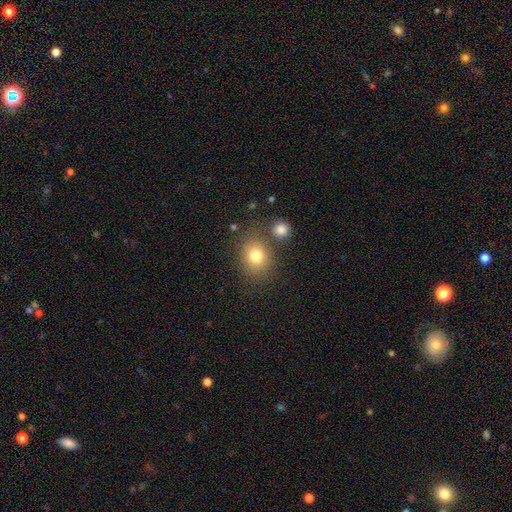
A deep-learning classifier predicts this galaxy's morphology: The model was most divided on "how rounded": round: 61%, in between: 38%, cigar-shaped: 1%. More confident: smooth or featured — smooth (78%); merging — none (73%).